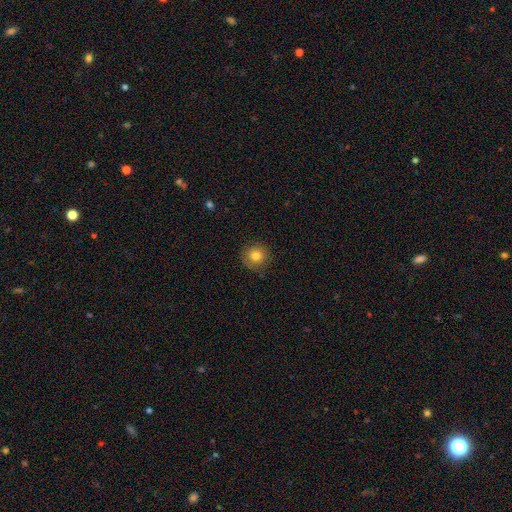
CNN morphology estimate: Smooth or featured: smooth — 80% (star or artifact — 11%)
How rounded: round — 93% (in between — 6%)
Merging: none — 86% (minor disturbance — 10%)